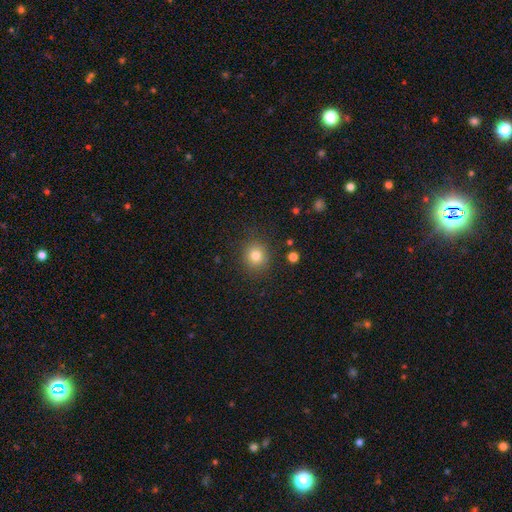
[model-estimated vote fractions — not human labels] A smooth galaxy with no disk features (81%) that is round (88%). Merging: none (88%).